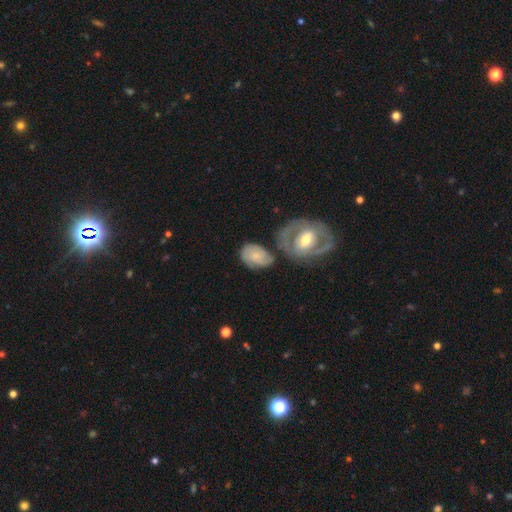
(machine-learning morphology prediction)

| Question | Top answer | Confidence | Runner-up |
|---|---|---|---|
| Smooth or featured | featured or disk | 63% | smooth (31%) |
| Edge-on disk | no | 97% | yes (3%) |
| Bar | no | 65% | weak (29%) |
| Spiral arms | yes | 89% | no (11%) |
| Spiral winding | tight | 51% | medium (38%) |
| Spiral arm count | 2 | 58% | can't tell (20%) |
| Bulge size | small | 59% | moderate (23%) |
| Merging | none | 54% | minor disturbance (21%) |